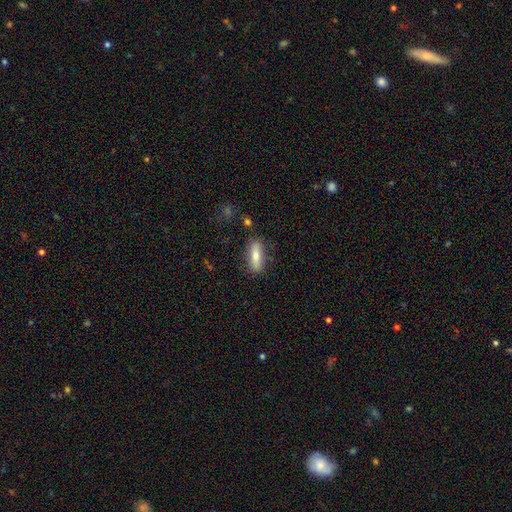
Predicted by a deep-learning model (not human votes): Smooth or featured: smooth — 72% (featured or disk — 21%)
How rounded: cigar-shaped — 49% (tied with in between — 49%)
Merging: none — 83% (minor disturbance — 12%)